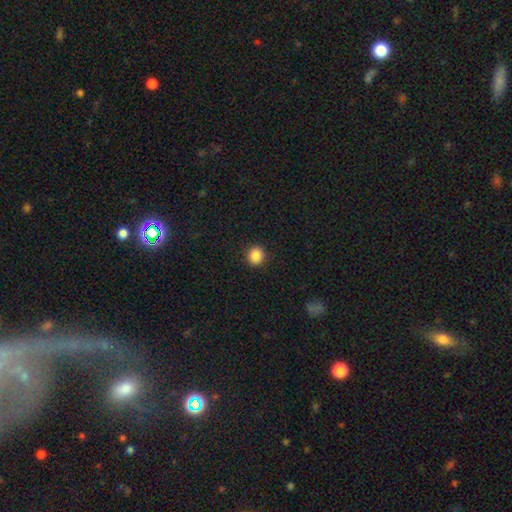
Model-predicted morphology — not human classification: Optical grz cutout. It shows a smooth galaxy with no disk features (87%) that is round (82%). Merging: none (91%).